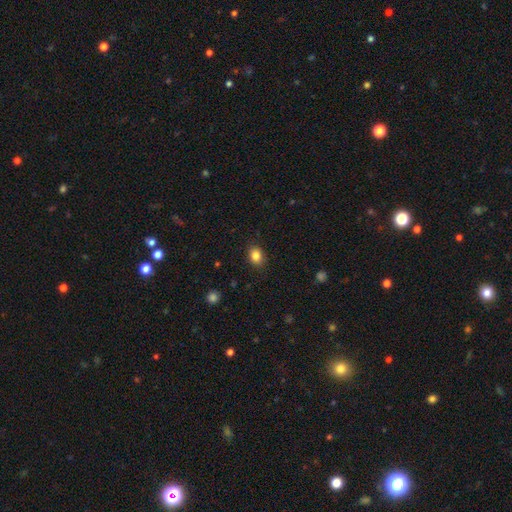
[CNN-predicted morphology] This is clearly a smooth galaxy (85%). How rounded: likely in between (61%). Merging: clearly none (87%).